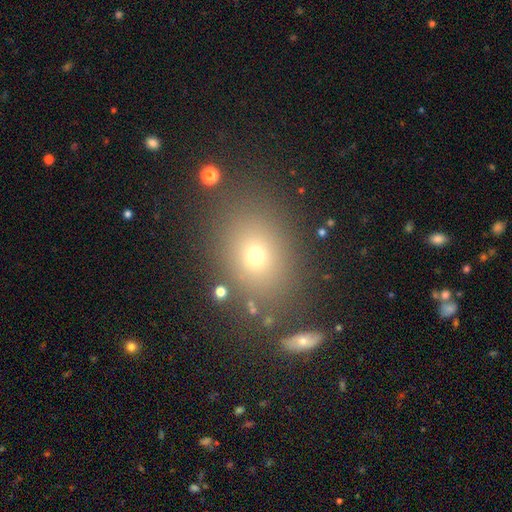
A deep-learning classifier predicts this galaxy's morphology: Smooth or featured? Predicted: smooth (p=0.65). How rounded? Predicted: in between (p=0.55). Merging? Predicted: none (p=0.80).